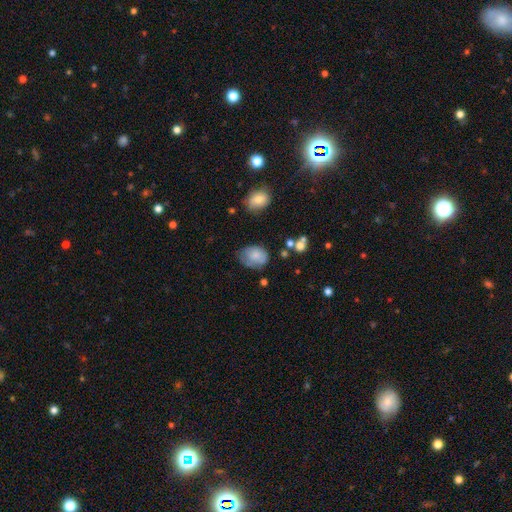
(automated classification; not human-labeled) smooth_or_featured: smooth (p=0.72) [alt: featured or disk p=0.20]
how_rounded: in between (p=0.71) [alt: round p=0.28]
merging: none (p=0.51) [alt: minor disturbance p=0.33]